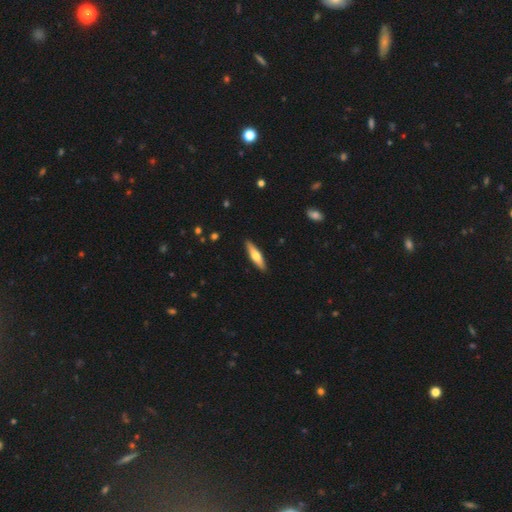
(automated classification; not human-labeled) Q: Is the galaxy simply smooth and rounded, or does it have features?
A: smooth — 53%.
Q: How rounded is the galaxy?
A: cigar-shaped — 75%.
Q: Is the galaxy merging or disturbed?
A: none — 90%.